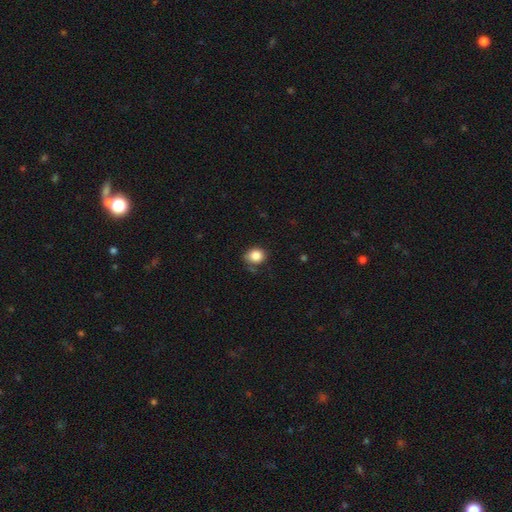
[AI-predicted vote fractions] Smooth or featured: smooth — 85% (star or artifact — 10%)
How rounded: round — 68% (in between — 32%)
Merging: none — 69% (minor disturbance — 22%)